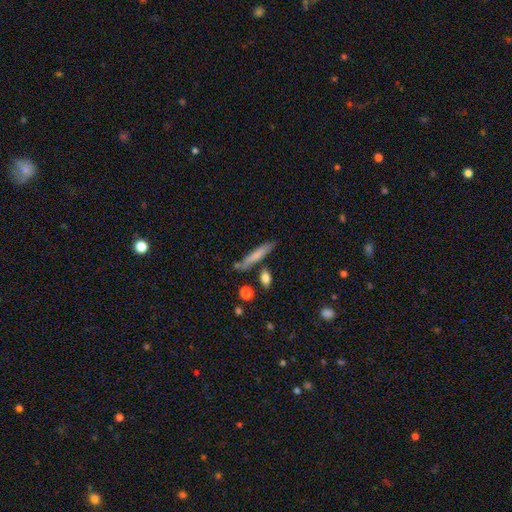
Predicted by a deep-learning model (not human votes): Smooth or featured?
  - smooth: 68% *
  - featured or disk: 26%
  - star or artifact: 7%
How rounded?
  - cigar-shaped: 90% *
  - in between: 8%
  - round: 2%
Merging?
  - none: 75% *
  - minor disturbance: 14%
  - merger: 7%
  - major disturbance: 3%